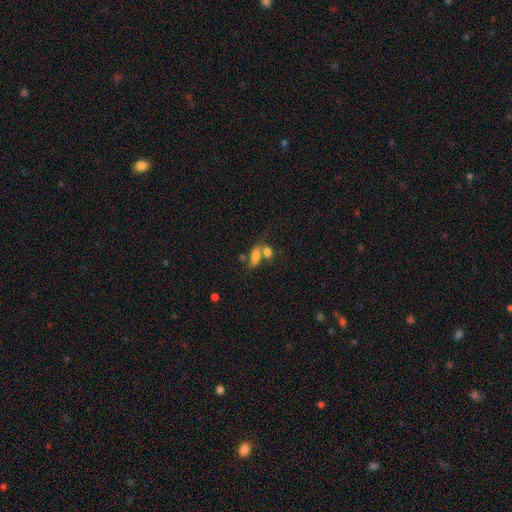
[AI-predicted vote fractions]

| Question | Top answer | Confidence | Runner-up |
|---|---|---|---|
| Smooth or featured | smooth | 76% | featured or disk (13%) |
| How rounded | in between | 77% | cigar-shaped (14%) |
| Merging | merger | 47% | none (34%) |